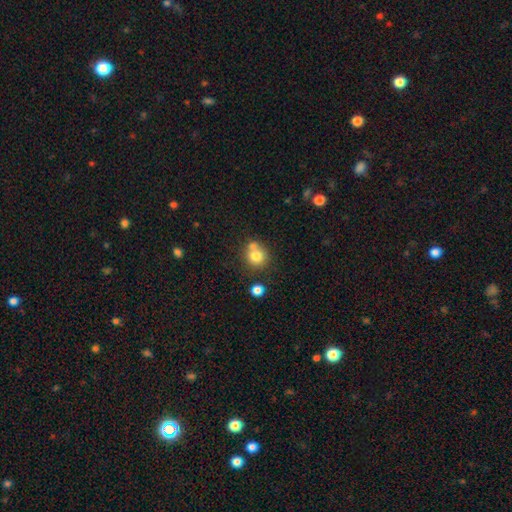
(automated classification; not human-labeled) Smooth or featured? smooth (78%)
How rounded? round (85%)
Merging? none (52%)